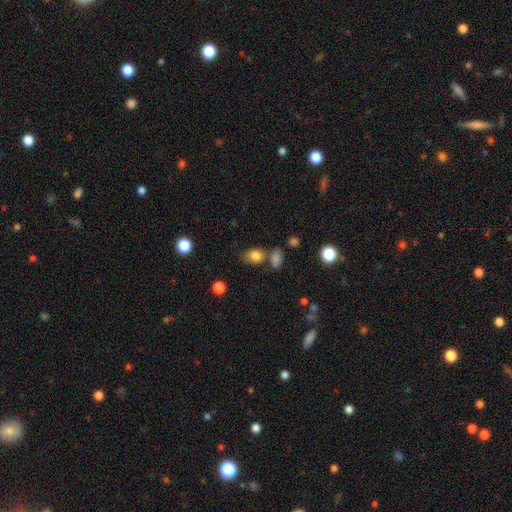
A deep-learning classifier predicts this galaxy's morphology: A smooth galaxy with no disk features (82%) that is in between round and cigar-shaped (70%).

Vote fractions:
- Smooth or featured? smooth: 82% / star or artifact: 11% / featured or disk: 7%
- How rounded? in between: 70% / round: 29% / cigar-shaped: 2%
- Merging? none: 59% / merger: 19% / minor disturbance: 16% / major disturbance: 6%